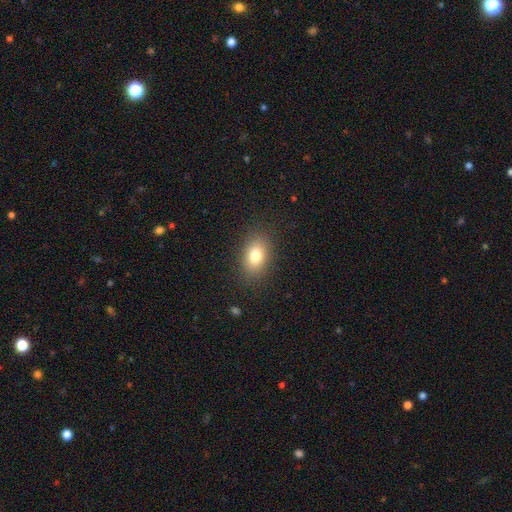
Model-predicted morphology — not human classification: Overall: smooth (79%). How rounded: in between (82%). Merging: none (86%).